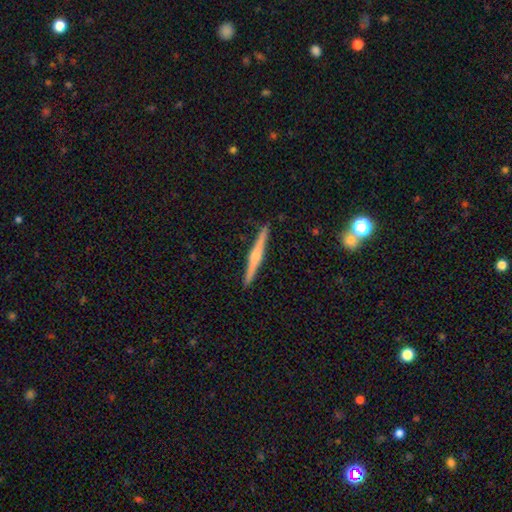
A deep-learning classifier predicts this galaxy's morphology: type=featured or disk (68%); edge-on=yes (98%); edge-on bulge=rounded (78%); merging=none (92%).